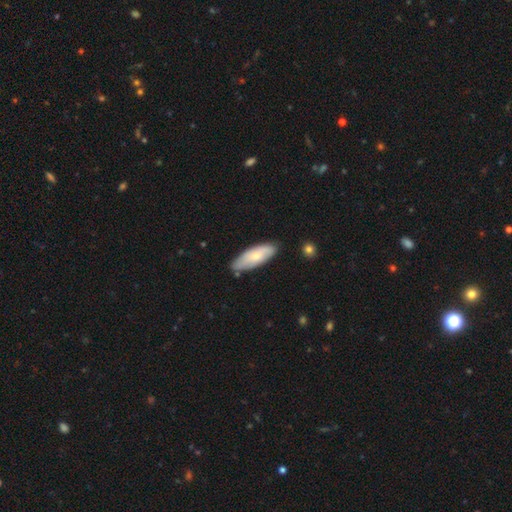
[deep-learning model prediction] Smooth or featured? Predicted: smooth (p=0.65). How rounded? Predicted: in between (p=0.68). Merging? Predicted: none (p=0.75).